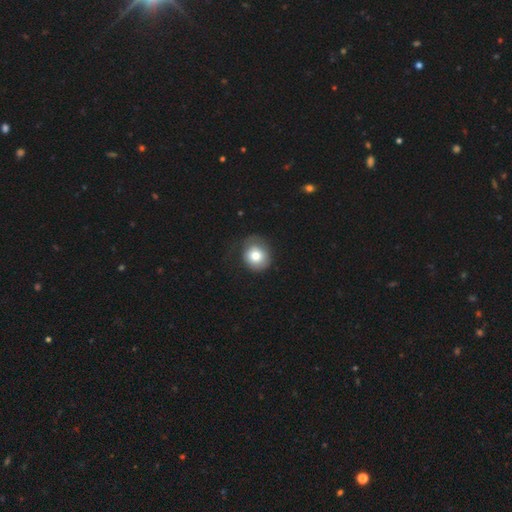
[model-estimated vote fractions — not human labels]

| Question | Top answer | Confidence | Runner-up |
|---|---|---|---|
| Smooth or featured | smooth | 75% | featured or disk (16%) |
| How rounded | round | 84% | in between (15%) |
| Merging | none | 59% | minor disturbance (24%) |